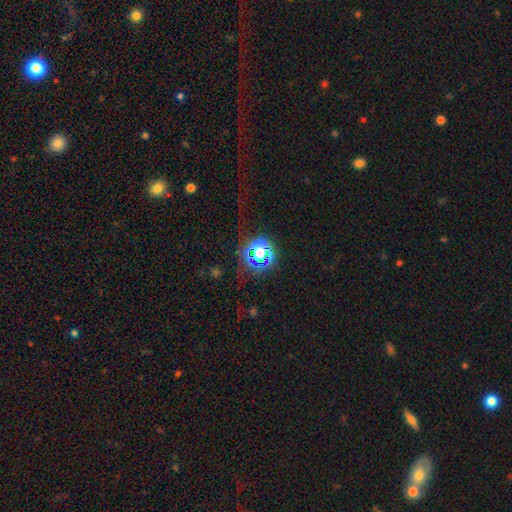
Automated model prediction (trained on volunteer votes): A star or artifact, not a galaxy (66%).